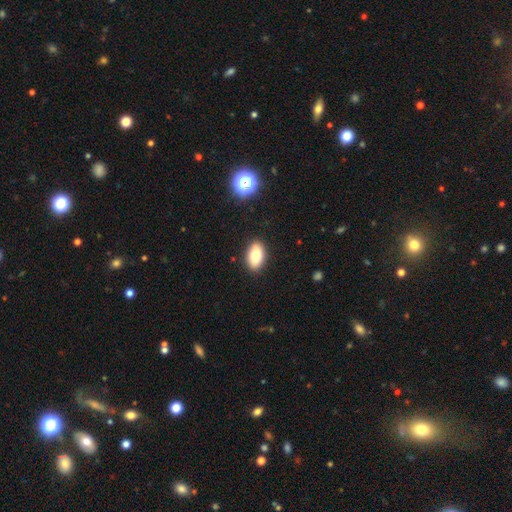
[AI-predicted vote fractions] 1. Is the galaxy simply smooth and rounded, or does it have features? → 80% smooth, 12% featured or disk, 8% star or artifact.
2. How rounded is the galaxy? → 91% in between, 6% round, 3% cigar-shaped.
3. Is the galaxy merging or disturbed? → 88% none, 9% minor disturbance, 2% major disturbance, 1% merger.